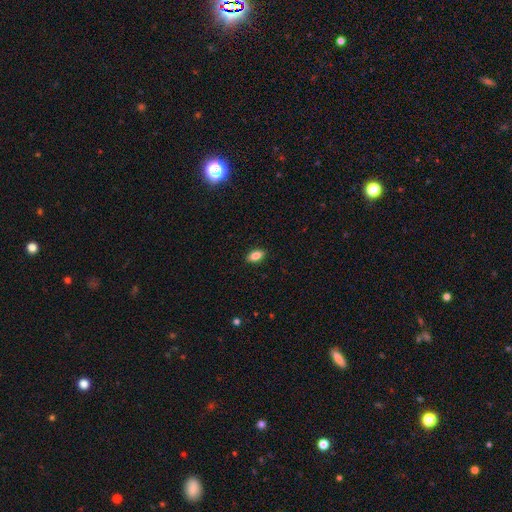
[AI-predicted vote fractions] smooth-or-featured: smooth: 84% | star or artifact: 8% | featured or disk: 8%
  how-rounded: in between: 90% | round: 6% | cigar-shaped: 5%
  merging: none: 90% | minor disturbance: 8% | major disturbance: 2% | merger: 1%